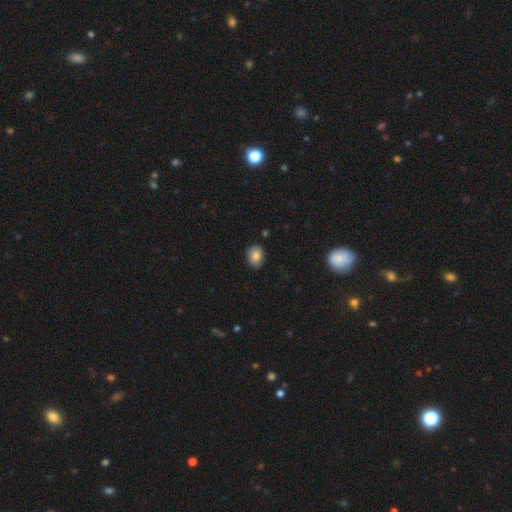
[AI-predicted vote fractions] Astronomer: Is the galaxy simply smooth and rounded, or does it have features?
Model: smooth — 81%.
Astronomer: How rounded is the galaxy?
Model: round — 50% (runner-up: in between, 49%).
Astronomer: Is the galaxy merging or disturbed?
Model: none — 85%.